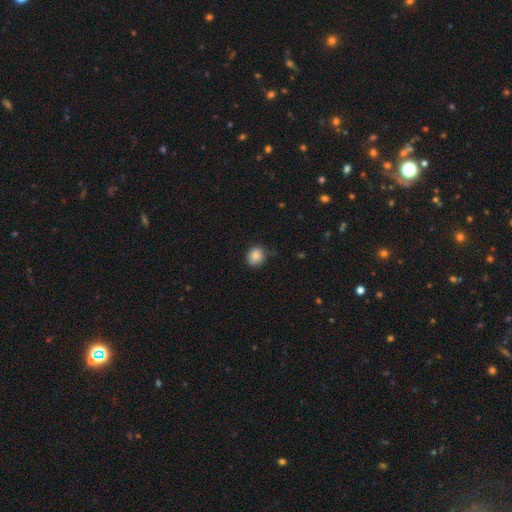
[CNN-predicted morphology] type=smooth (86%); roundness=round (75%); merging=none (79%).